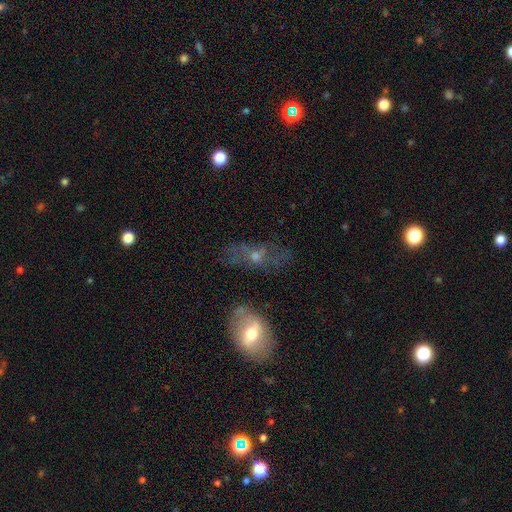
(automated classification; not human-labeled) Overall: featured or disk (45%; smooth 39%). Merging: none (58%; minor disturbance 20%).